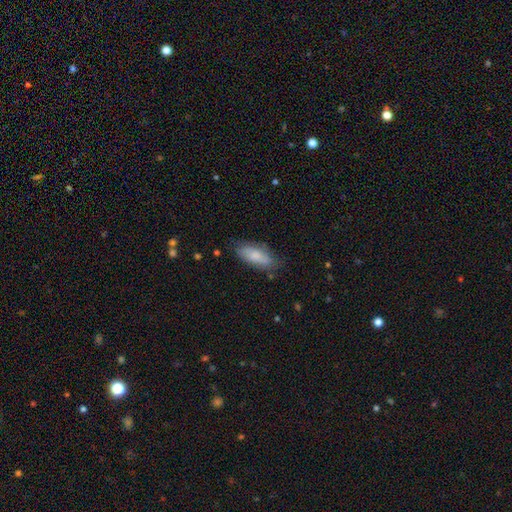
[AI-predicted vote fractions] The model was most divided on "merging": none: 69%, minor disturbance: 23%, major disturbance: 6%, merger: 2%. More confident: how rounded — in between (80%); smooth or featured — smooth (74%).